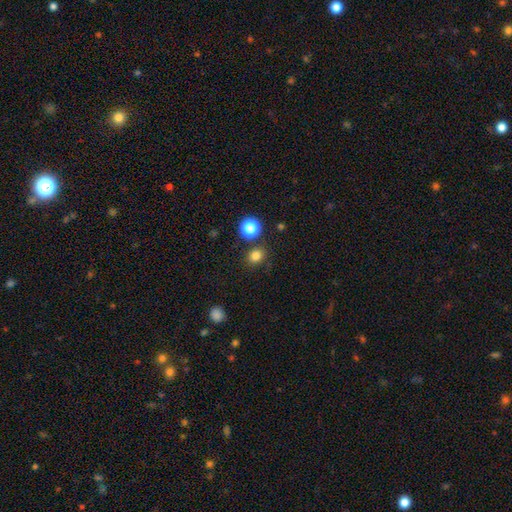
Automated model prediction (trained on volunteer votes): A smooth galaxy with no disk features (80%) that is round (72%).

Vote fractions:
- Smooth or featured? smooth: 80% / star or artifact: 15% / featured or disk: 5%
- How rounded? round: 72% / in between: 27% / cigar-shaped: 1%
- Merging? none: 82% / minor disturbance: 9% / merger: 6% / major disturbance: 3%